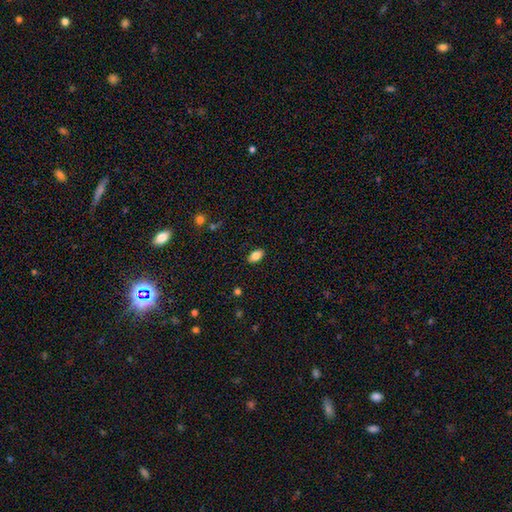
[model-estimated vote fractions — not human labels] The model was most divided on "smooth or featured": smooth: 82%, featured or disk: 9%, star or artifact: 9%. More confident: how rounded — in between (91%); merging — none (88%).